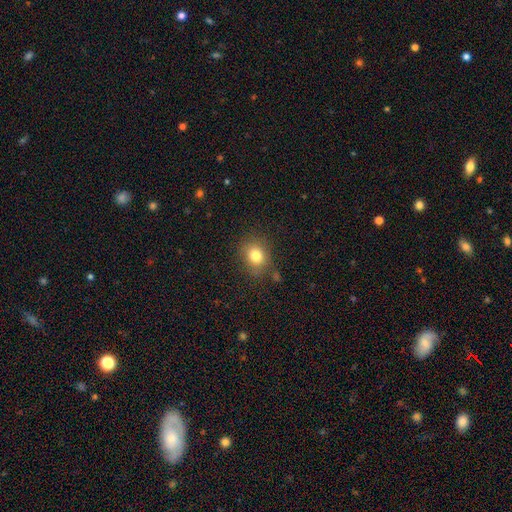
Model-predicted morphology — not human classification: smooth-or-featured: smooth: 80% | star or artifact: 12% | featured or disk: 8%
  how-rounded: round: 63% | in between: 36% | cigar-shaped: 1%
  merging: none: 78% | minor disturbance: 14% | major disturbance: 4% | merger: 3%